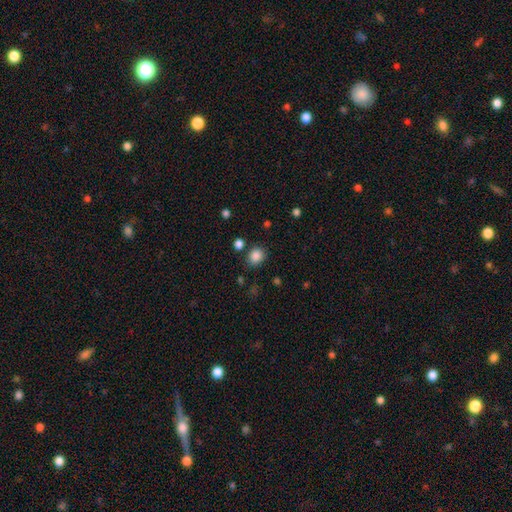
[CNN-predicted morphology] Smooth or featured: smooth — 86% (star or artifact — 11%)
How rounded: round — 70% (in between — 29%)
Merging: none — 81% (minor disturbance — 11%)